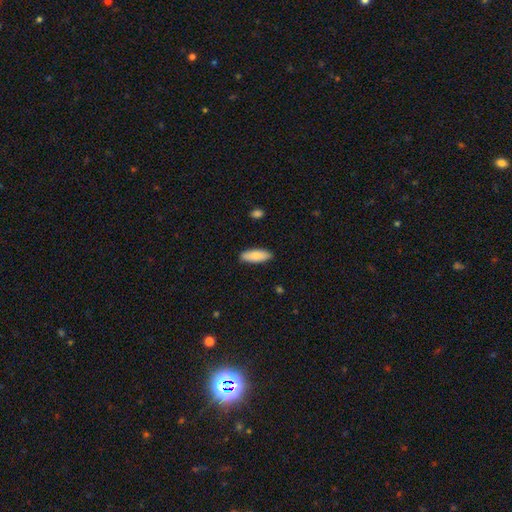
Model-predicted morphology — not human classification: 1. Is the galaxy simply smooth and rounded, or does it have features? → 85% smooth, 9% featured or disk, 5% star or artifact.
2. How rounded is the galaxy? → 66% in between, 32% cigar-shaped, 2% round.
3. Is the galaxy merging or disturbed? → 88% none, 9% minor disturbance, 2% major disturbance, 1% merger.